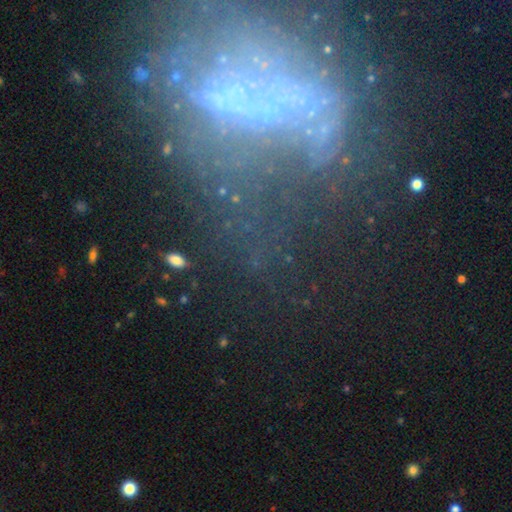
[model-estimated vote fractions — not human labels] This appears to be a featured or disk galaxy (55%). Merging: none (38%).